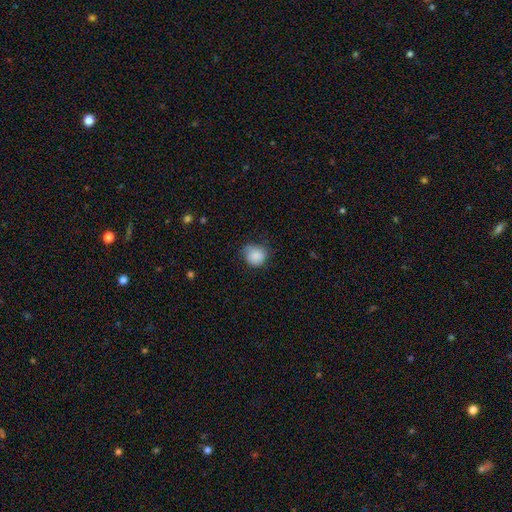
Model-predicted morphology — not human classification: The model was most divided on "merging": none: 60%, minor disturbance: 31%, major disturbance: 8%, merger: 1%. More confident: smooth or featured — smooth (85%); how rounded — round (81%).